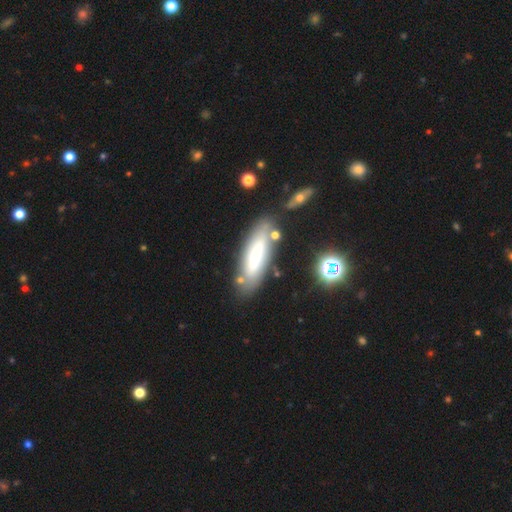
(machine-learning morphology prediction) Smooth or featured?
  - featured or disk: 46% * (tied)
  - smooth: 46% * (tied)
  - star or artifact: 8%
Merging?
  - none: 76% *
  - minor disturbance: 14%
  - merger: 6%
  - major disturbance: 4%